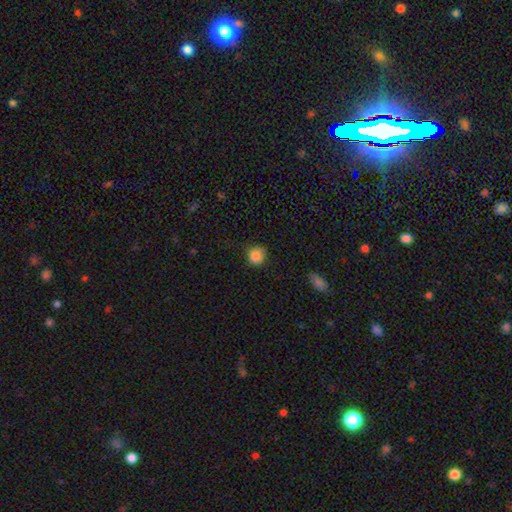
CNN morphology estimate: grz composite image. It shows a smooth galaxy with no disk features (86%) that is round (90%). Merging: none (78%).